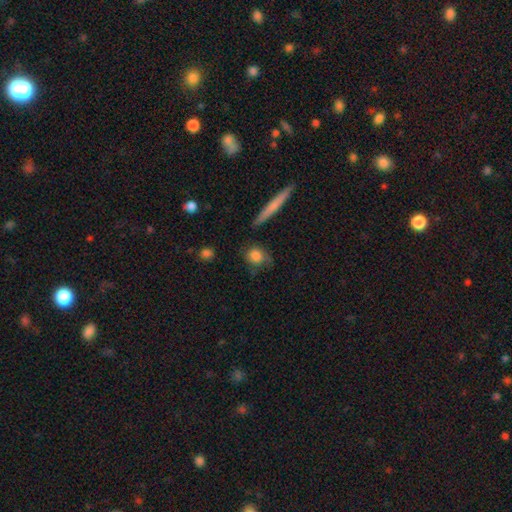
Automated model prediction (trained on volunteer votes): This appears to be a smooth galaxy with no disk features (78%) that is round (61%). Merging: none (59%).